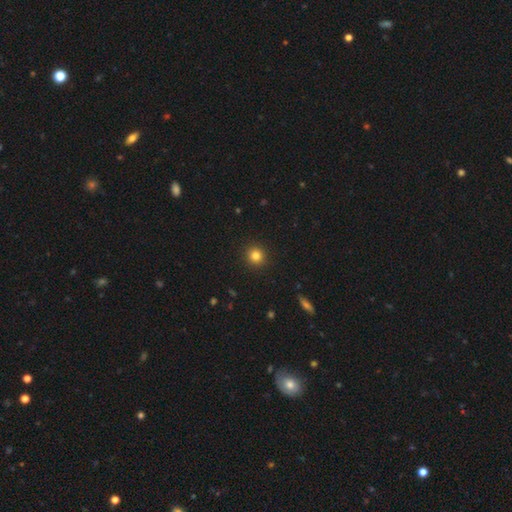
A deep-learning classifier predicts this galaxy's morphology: Smooth or featured? Predicted: smooth (p=0.82). How rounded? Predicted: round (p=0.94). Merging? Predicted: none (p=0.93).